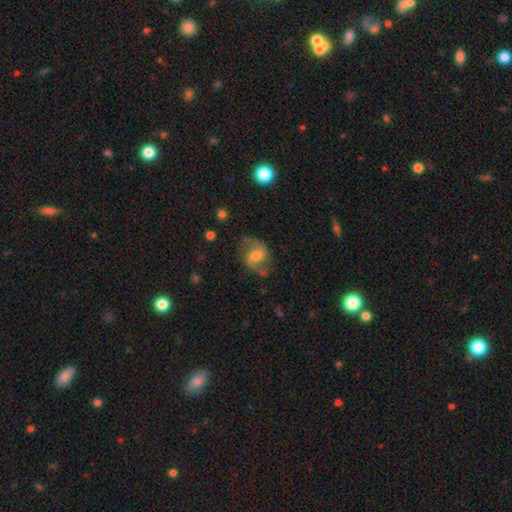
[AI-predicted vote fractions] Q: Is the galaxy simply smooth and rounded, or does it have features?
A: featured or disk — 78%.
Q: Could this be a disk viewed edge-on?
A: no — 98%.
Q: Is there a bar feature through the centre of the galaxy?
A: weak — 48%.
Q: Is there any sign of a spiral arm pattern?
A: yes — 95%.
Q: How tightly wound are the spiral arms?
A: loose — 47%.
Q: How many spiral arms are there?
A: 2 — 91%.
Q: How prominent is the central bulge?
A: moderate — 46%.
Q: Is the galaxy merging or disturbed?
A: none — 69%.